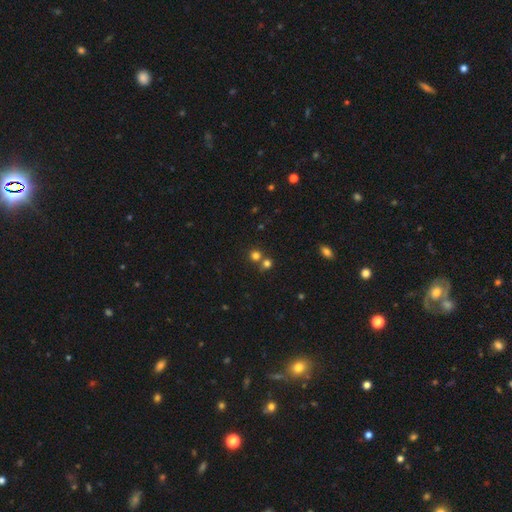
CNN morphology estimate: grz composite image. It shows a smooth galaxy with no disk features (73%) that is round (89%). Merging: none (60%).